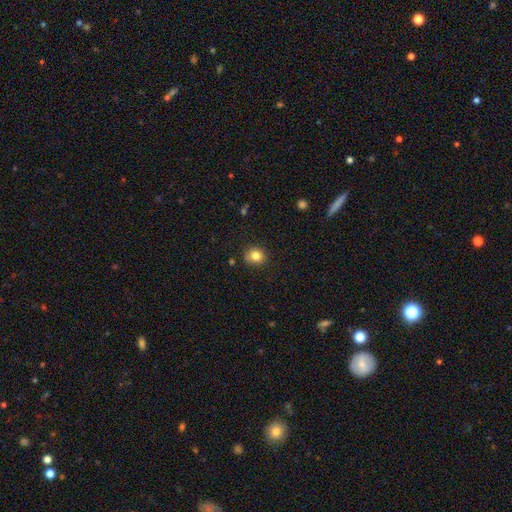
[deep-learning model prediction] Morphology: type=smooth (81%); roundness=round (77%); merging=none (80%).